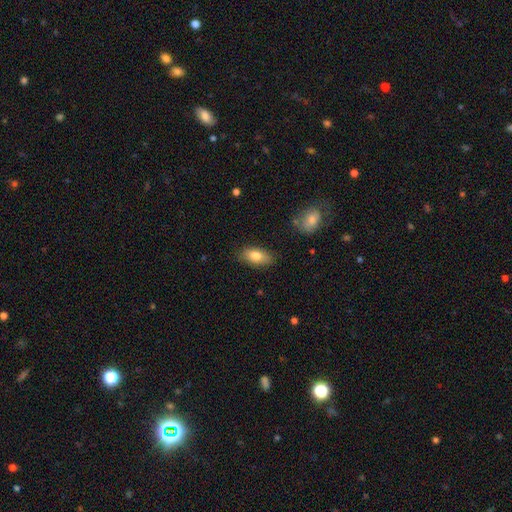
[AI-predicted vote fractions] This appears to be a smooth galaxy with no disk features (80%) that is in between round and cigar-shaped (89%). Merging: none (81%).